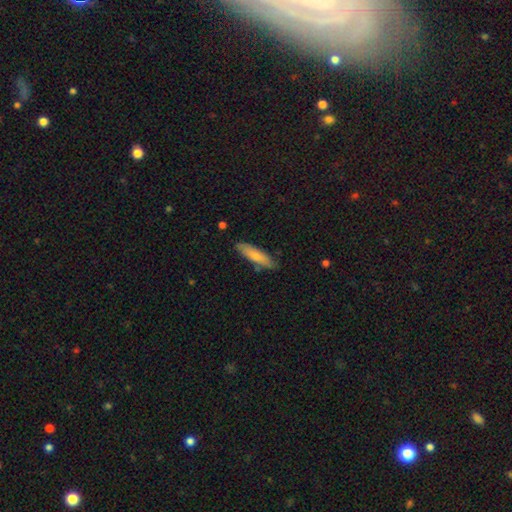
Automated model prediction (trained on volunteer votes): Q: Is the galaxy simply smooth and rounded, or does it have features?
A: smooth — 73%.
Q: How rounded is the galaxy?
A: cigar-shaped — 67%.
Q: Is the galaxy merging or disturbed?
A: none — 80%.